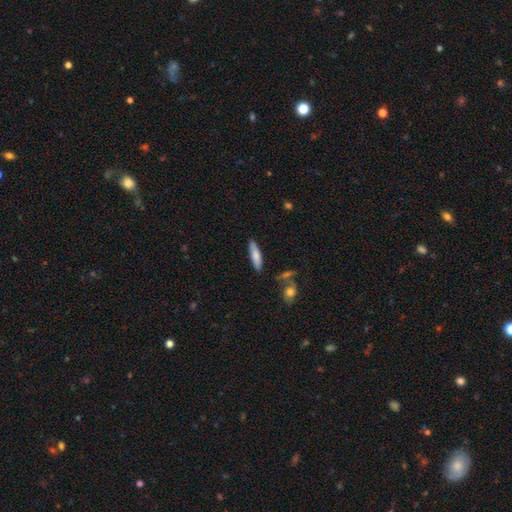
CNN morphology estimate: Smooth or featured? smooth (77%)
How rounded? cigar-shaped (69%)
Merging? none (84%)